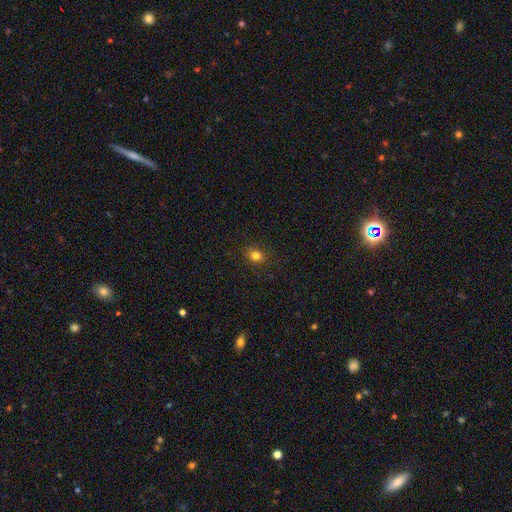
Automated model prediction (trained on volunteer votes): This is clearly a smooth galaxy (80%). How rounded: likely round (67%). Merging: clearly none (87%).